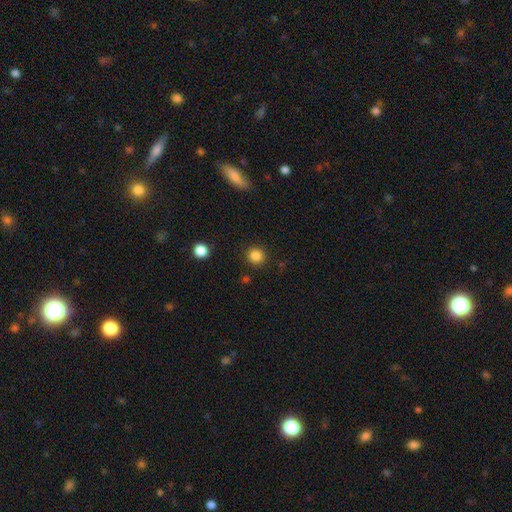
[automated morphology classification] A smooth galaxy with no disk features (85%) that is round (94%).

Vote fractions:
- Smooth or featured? smooth: 85% / star or artifact: 12% / featured or disk: 4%
- How rounded? round: 94% / in between: 5% / cigar-shaped: 1%
- Merging? none: 91% / minor disturbance: 6% / major disturbance: 2% / merger: 2%